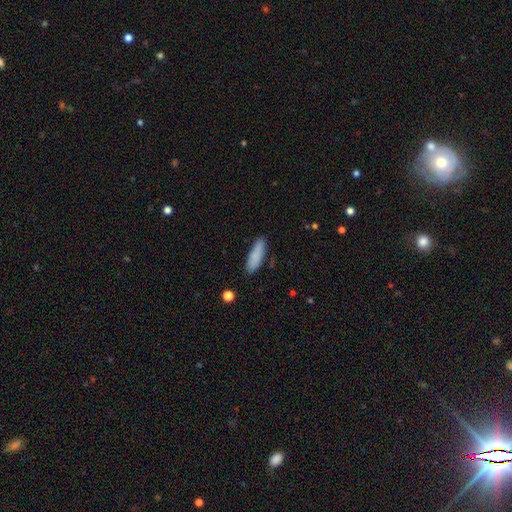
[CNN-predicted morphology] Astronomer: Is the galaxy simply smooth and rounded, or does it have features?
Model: smooth — 85%.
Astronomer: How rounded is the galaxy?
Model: cigar-shaped — 56% (runner-up: in between, 42%).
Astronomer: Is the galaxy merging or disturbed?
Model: none — 84%.